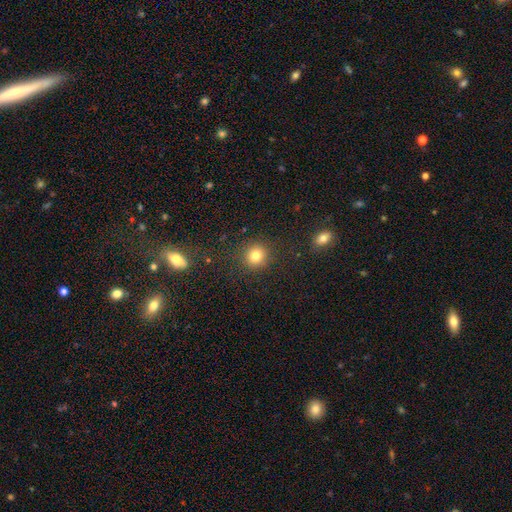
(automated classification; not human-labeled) Overall: smooth (80%). How rounded: round (89%). Merging: none (87%).